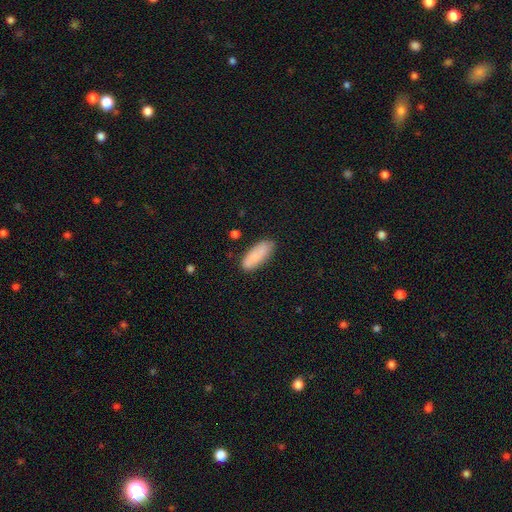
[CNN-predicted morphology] This appears to be a smooth galaxy with no disk features (85%) that is in between round and cigar-shaped (70%). Merging: none (83%).